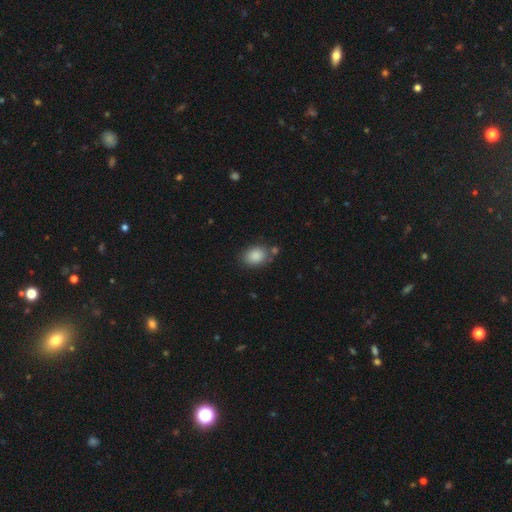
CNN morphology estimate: Smooth or featured? smooth (87%)
How rounded? in between (69%)
Merging? none (72%)